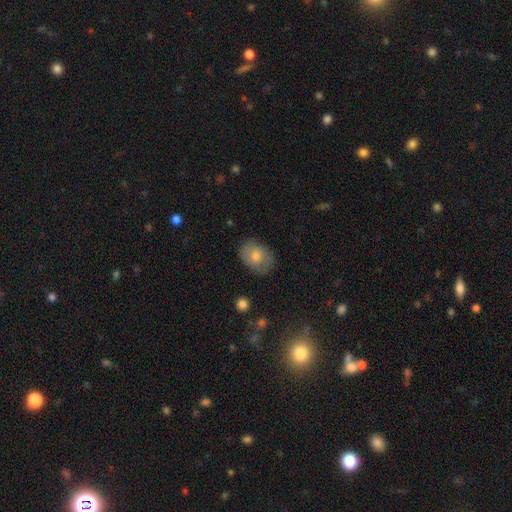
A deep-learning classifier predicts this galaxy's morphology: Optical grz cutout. It shows a smooth galaxy with no disk features (65%) that is in between round and cigar-shaped (67%). Merging: none (81%).